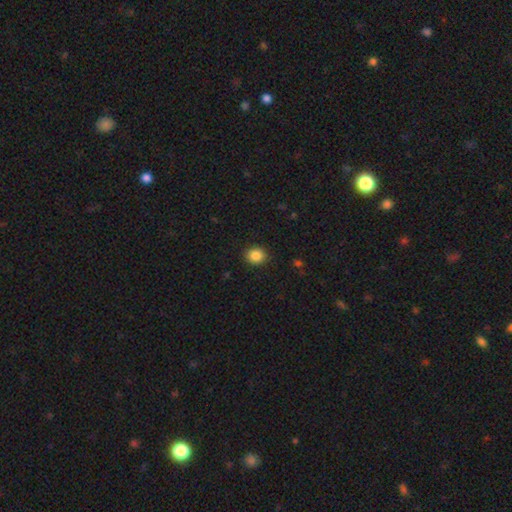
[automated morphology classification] This appears to be a smooth galaxy with no disk features (87%) that is round (73%). Merging: none (90%).